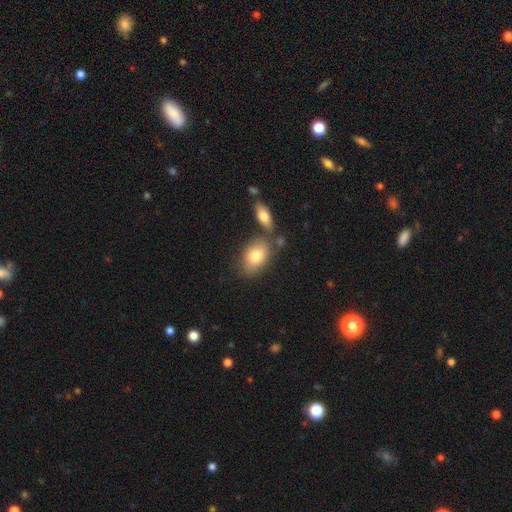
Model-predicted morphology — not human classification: Smooth or featured? Predicted: smooth (p=0.78). How rounded? Predicted: in between (p=0.86). Merging? Predicted: none (p=0.63).